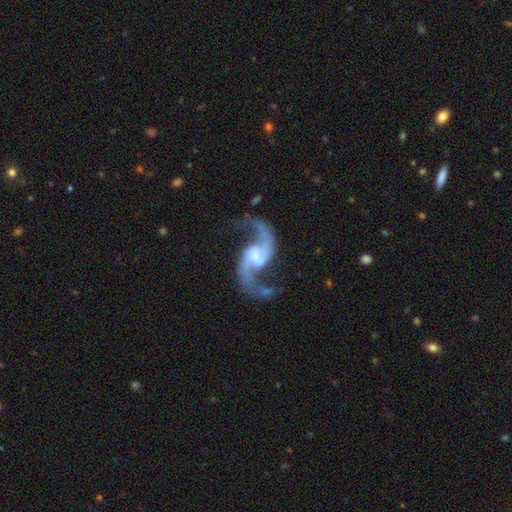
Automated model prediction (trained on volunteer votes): This is clearly a featured or disk galaxy (94%). It is clearly not viewed edge-on (98%). Bar: possibly weak (45%). Spiral arm pattern: clearly yes (98%). Spiral arm count: clearly 2 (95%). Spiral winding: likely loose (71%). Central bulge: marginally small (34%). Merging: likely none (76%).